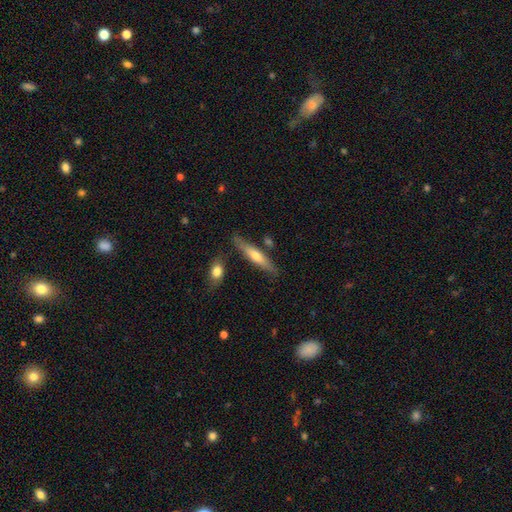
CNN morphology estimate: Smooth or featured? Predicted: smooth (p=0.51). How rounded? Predicted: cigar-shaped (p=0.85). Merging? Predicted: none (p=0.77).